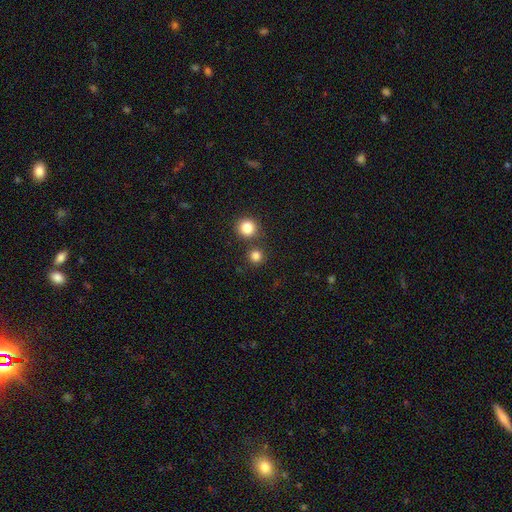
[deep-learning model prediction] The model was most divided on "merging": none: 77%, merger: 14%, minor disturbance: 6%, major disturbance: 3%. More confident: how rounded — round (93%); smooth or featured — smooth (82%).